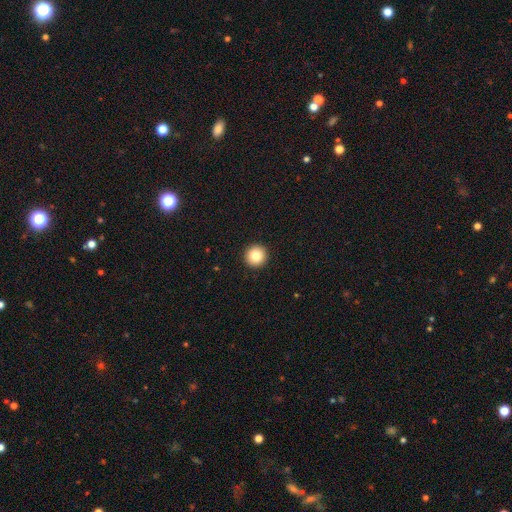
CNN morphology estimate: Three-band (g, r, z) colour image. It shows a smooth galaxy with no disk features (83%) that is round (96%). Merging: none (94%).